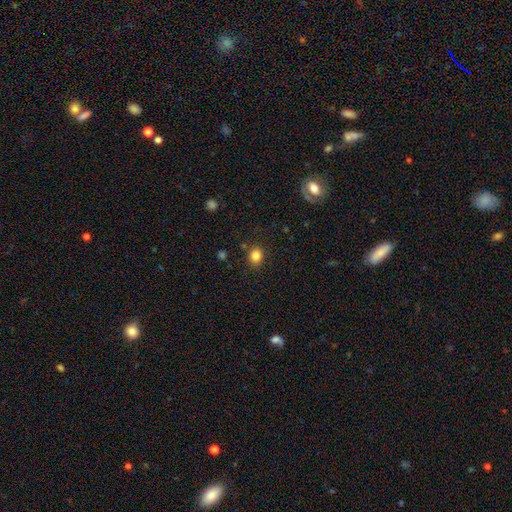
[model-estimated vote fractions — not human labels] Q: Smooth or featured?
A: smooth (83%); runner-up: star or artifact (12%)
Q: How rounded?
A: round (72%); runner-up: in between (27%)
Q: Merging?
A: none (85%); runner-up: minor disturbance (10%)